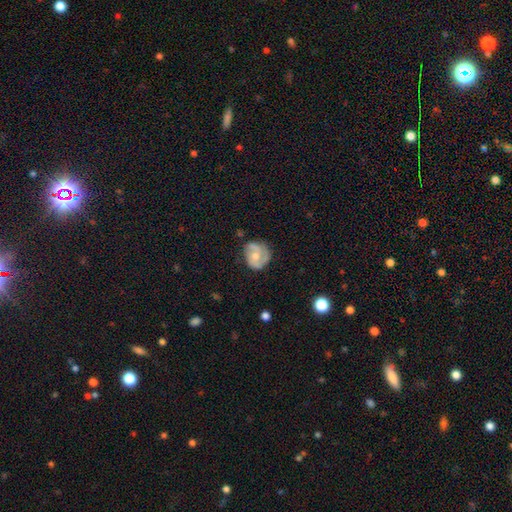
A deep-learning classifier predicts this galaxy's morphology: A featured or disk galaxy (64%) with no bar (72%), 2 (58%) tight (42%) spiral arms (83%) and a moderate central bulge (61%). Merging: none (63%).